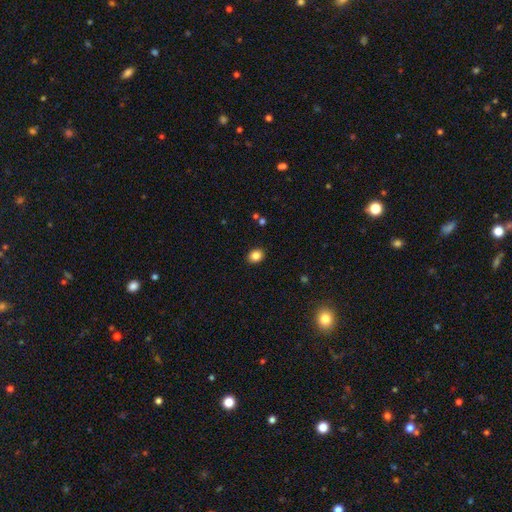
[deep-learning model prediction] Q: Smooth or featured?
A: smooth (85%); runner-up: star or artifact (10%)
Q: How rounded?
A: round (51%); runner-up: in between (48%)
Q: Merging?
A: none (90%); runner-up: minor disturbance (7%)